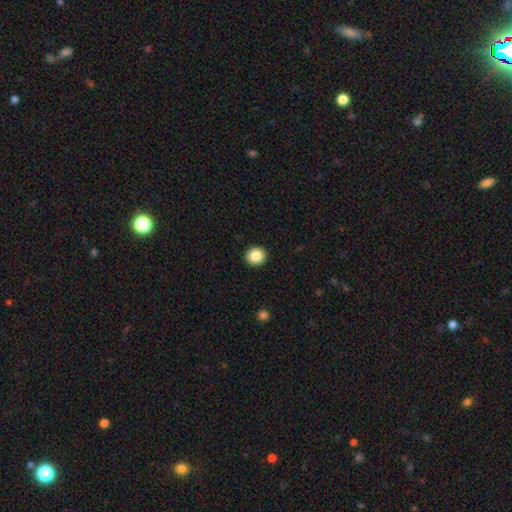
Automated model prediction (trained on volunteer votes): Smooth or featured? Predicted: smooth (p=0.85). How rounded? Predicted: round (p=0.91). Merging? Predicted: none (p=0.93).